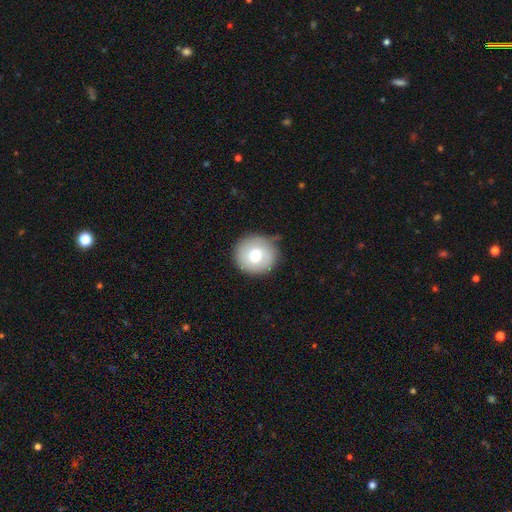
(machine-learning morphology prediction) This appears to be a smooth galaxy with no disk features (71%) that is round (94%). Merging: none (81%).